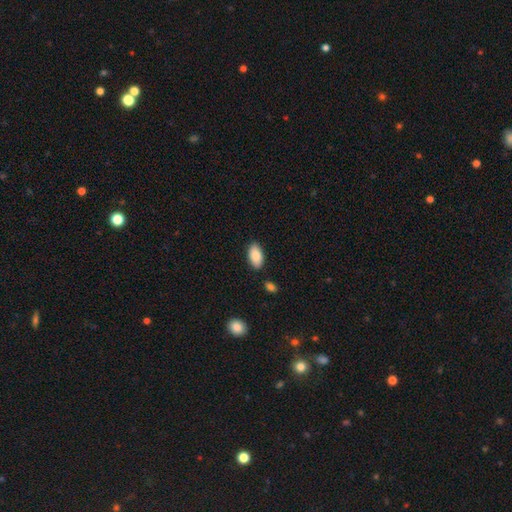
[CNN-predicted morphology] Q: Smooth or featured?
A: smooth (87%); runner-up: featured or disk (7%)
Q: How rounded?
A: in between (94%); runner-up: cigar-shaped (4%)
Q: Merging?
A: none (85%); runner-up: minor disturbance (10%)